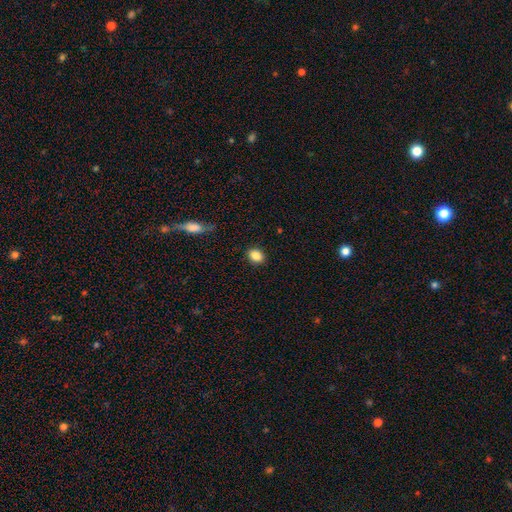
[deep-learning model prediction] A smooth galaxy with no disk features (87%) that is in between round and cigar-shaped (56%).

Vote fractions:
- Smooth or featured? smooth: 87% / star or artifact: 9% / featured or disk: 4%
- How rounded? in between: 56% / round: 42% / cigar-shaped: 1%
- Merging? none: 88% / minor disturbance: 8% / major disturbance: 2% / merger: 1%